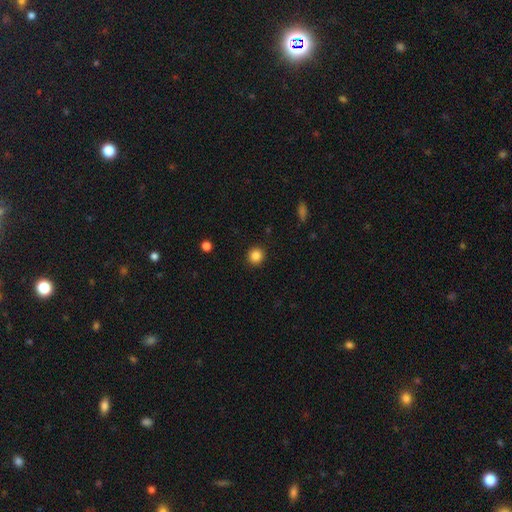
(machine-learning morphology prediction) The model was most divided on "smooth or featured": smooth: 85%, star or artifact: 11%, featured or disk: 4%. More confident: how rounded — round (93%); merging — none (92%).